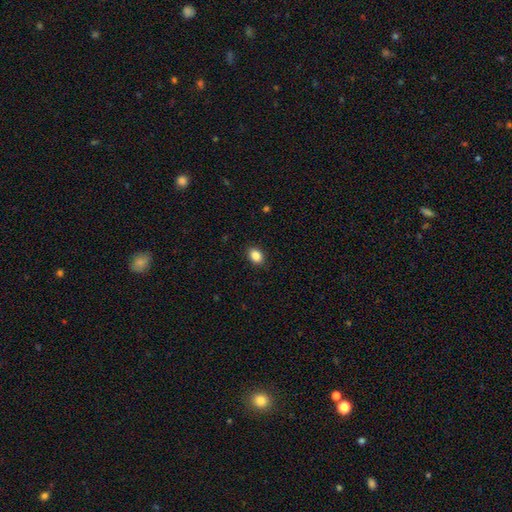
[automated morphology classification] Smooth or featured? smooth (86%)
How rounded? in between (76%)
Merging? none (89%)